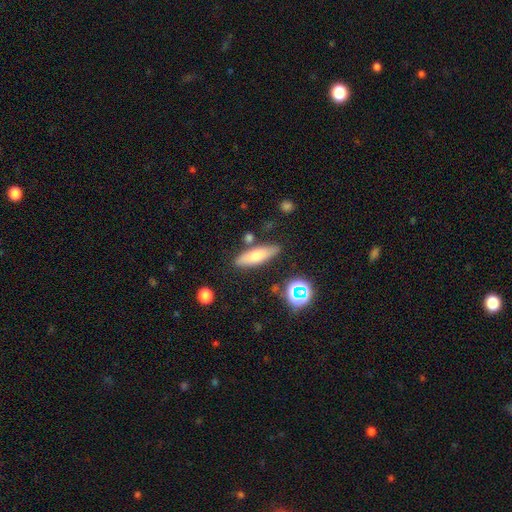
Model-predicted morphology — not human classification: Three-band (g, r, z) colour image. It shows a smooth galaxy with no disk features (66%) that is cigar-shaped (53%). Merging: none (79%).